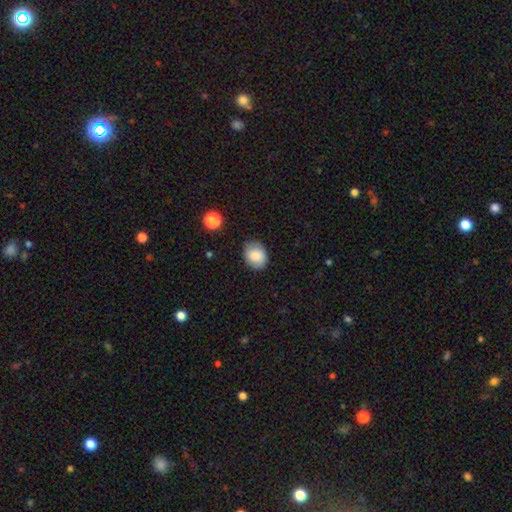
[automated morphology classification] Q: Smooth or featured?
A: smooth (82%); runner-up: featured or disk (10%)
Q: How rounded?
A: in between (54%); runner-up: round (45%)
Q: Merging?
A: none (78%); runner-up: minor disturbance (17%)